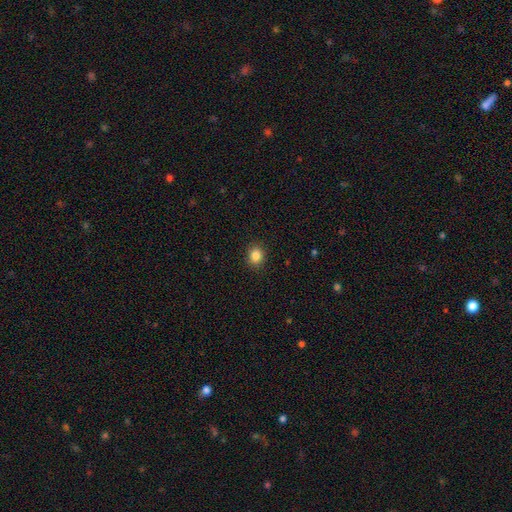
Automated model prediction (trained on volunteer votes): smooth 85%, star or artifact 11%, featured or disk 4%. Down the decision tree: how rounded — round (67%); merging — none (90%).